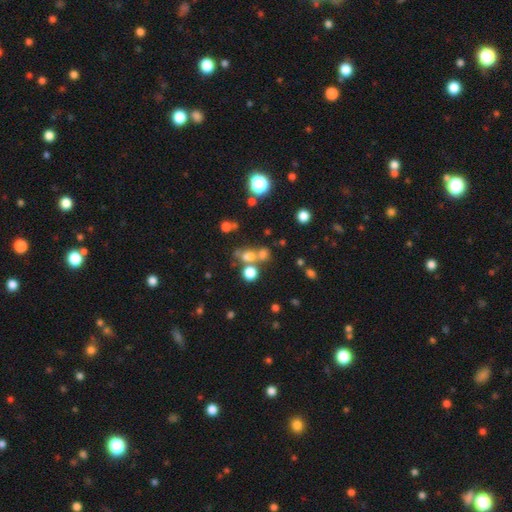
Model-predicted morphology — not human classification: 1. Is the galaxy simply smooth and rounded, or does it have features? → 63% smooth, 25% star or artifact, 12% featured or disk.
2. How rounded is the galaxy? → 64% round, 34% in between, 3% cigar-shaped.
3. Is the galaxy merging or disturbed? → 45% none, 38% merger, 10% minor disturbance, 7% major disturbance.